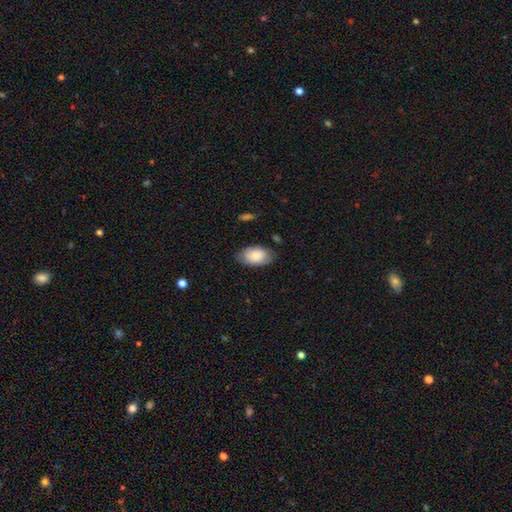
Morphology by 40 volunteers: Smooth or featured? 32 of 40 (80%) said smooth. How rounded? 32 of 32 (100%) said in between. Merging? 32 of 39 (82%) said none.